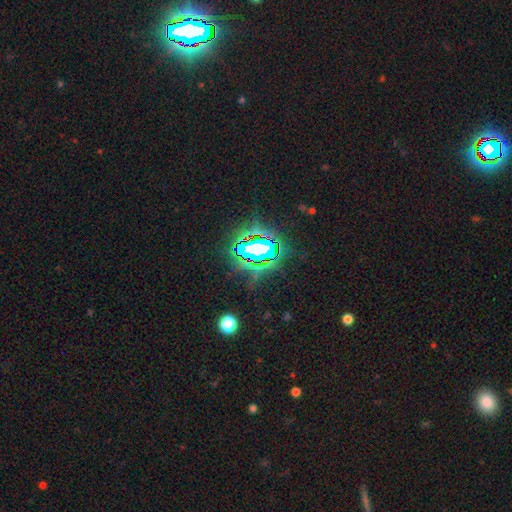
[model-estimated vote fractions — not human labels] The model was most divided on "smooth or featured": star or artifact: 83%, smooth: 10%, featured or disk: 7%.